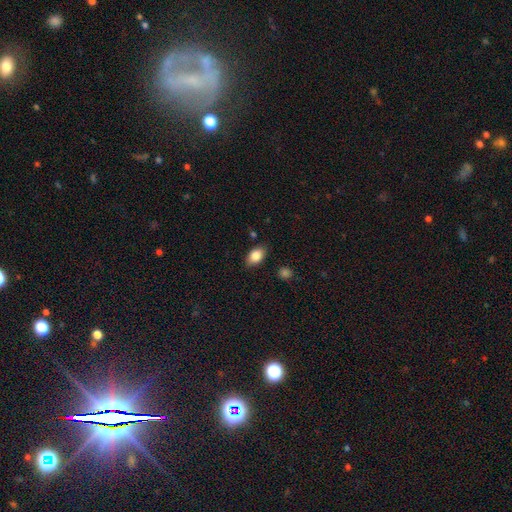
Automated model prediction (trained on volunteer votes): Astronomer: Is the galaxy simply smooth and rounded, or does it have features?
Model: smooth — 84%.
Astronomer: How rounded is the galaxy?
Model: in between — 88%.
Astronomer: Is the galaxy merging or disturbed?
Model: none — 84%.